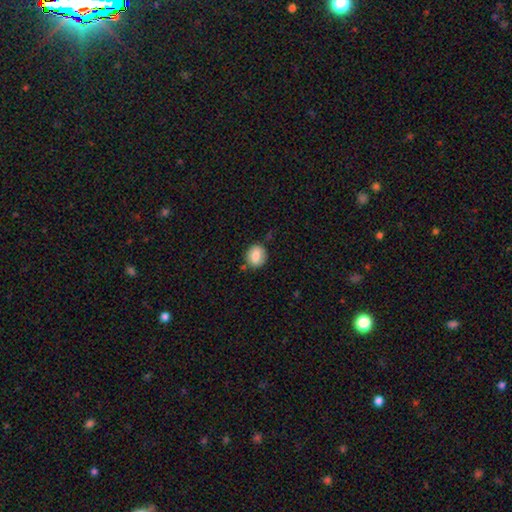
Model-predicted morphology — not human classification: Q: Smooth or featured?
A: smooth (79%); runner-up: featured or disk (13%)
Q: How rounded?
A: round (72%); runner-up: in between (27%)
Q: Merging?
A: none (77%); runner-up: minor disturbance (15%)